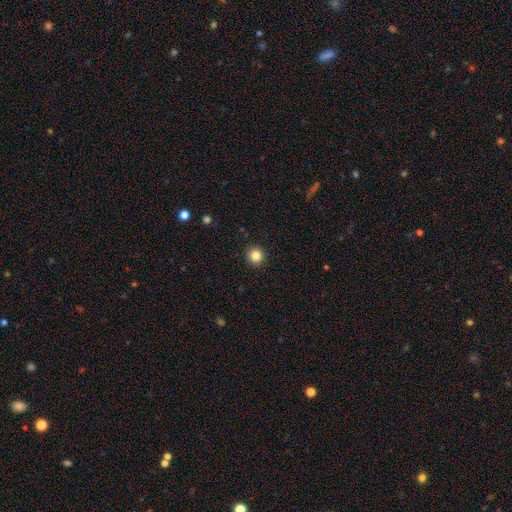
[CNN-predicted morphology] This appears to be a smooth galaxy with no disk features (84%) that is round (94%). Merging: none (93%).